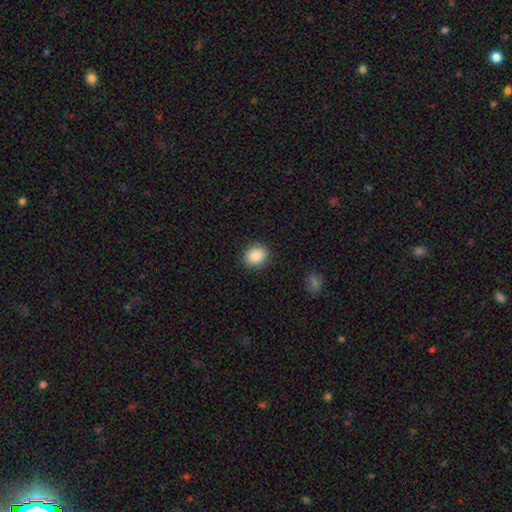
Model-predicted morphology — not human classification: Overall: smooth (88%). How rounded: round (65%; in between 34%). Merging: none (89%).